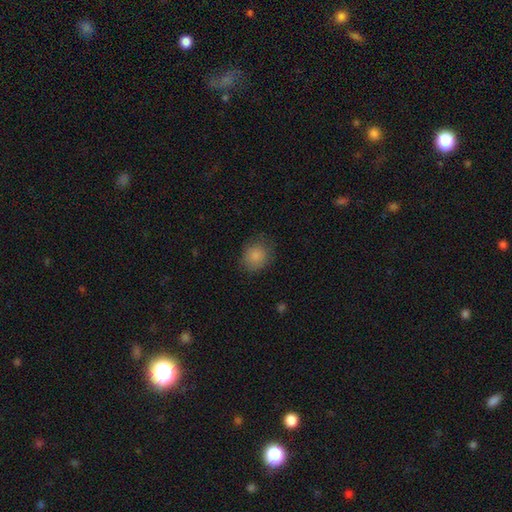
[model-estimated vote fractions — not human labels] Q: Smooth or featured?
A: smooth (85%); runner-up: star or artifact (9%)
Q: How rounded?
A: round (70%); runner-up: in between (29%)
Q: Merging?
A: none (76%); runner-up: minor disturbance (18%)